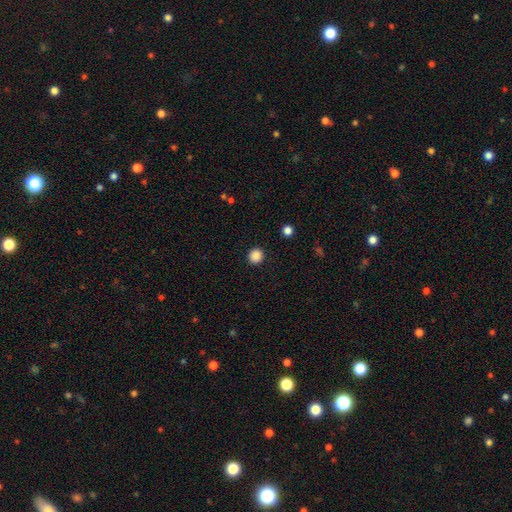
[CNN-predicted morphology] A smooth galaxy with no disk features (87%) that is round (92%). Merging: none (92%).